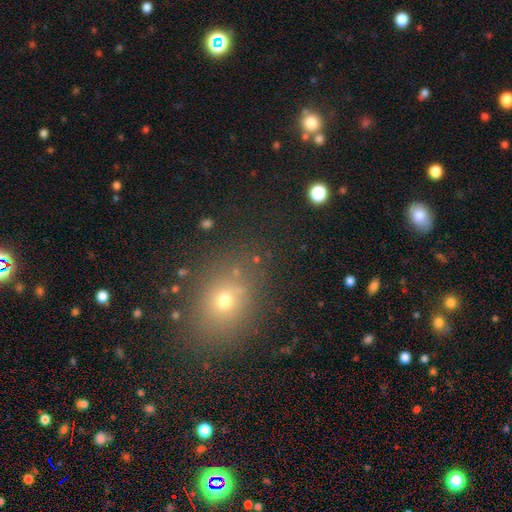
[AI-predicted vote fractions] Smooth or featured? smooth (57%)
How rounded? round (51%)
Merging? none (83%)